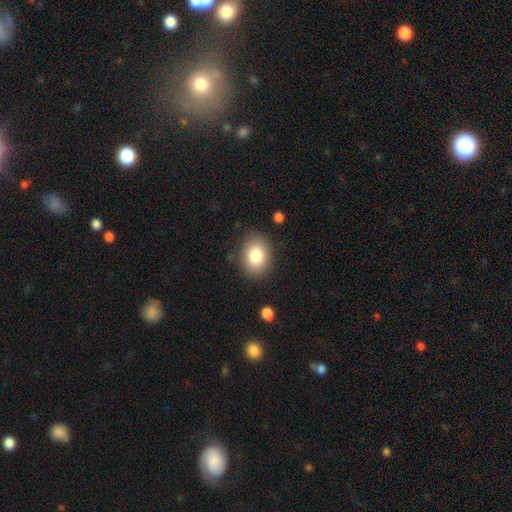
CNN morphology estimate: Smooth or featured: smooth — 83% (star or artifact — 8%)
How rounded: in between — 62% (round — 37%)
Merging: none — 85% (minor disturbance — 10%)